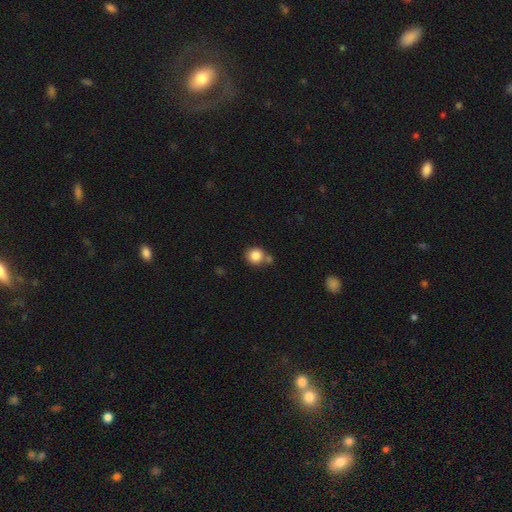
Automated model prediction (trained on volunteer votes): Smooth or featured?
  - smooth: 84% *
  - star or artifact: 10%
  - featured or disk: 6%
How rounded?
  - round: 89% *
  - in between: 10%
  - cigar-shaped: 1%
Merging?
  - none: 64% *
  - merger: 21%
  - minor disturbance: 11%
  - major disturbance: 3%